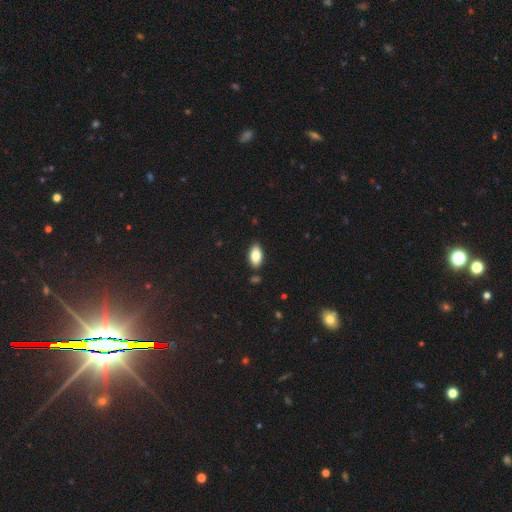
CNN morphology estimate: Smooth or featured? smooth (82%)
How rounded? in between (92%)
Merging? none (85%)